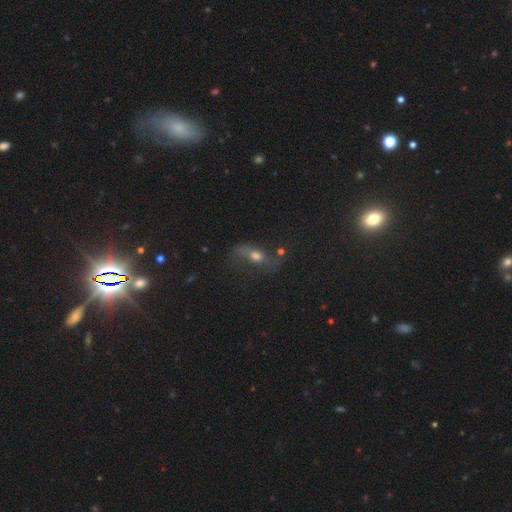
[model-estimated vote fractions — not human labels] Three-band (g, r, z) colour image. It shows a featured or disk galaxy (41%). Merging: none (52%).